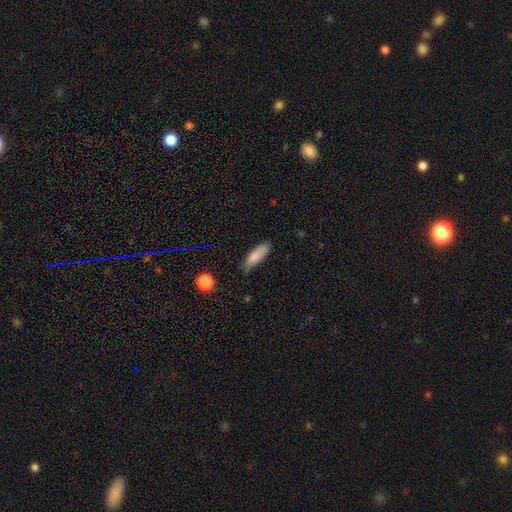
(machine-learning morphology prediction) Smooth or featured? smooth (84%)
How rounded? in between (53%)
Merging? none (66%)